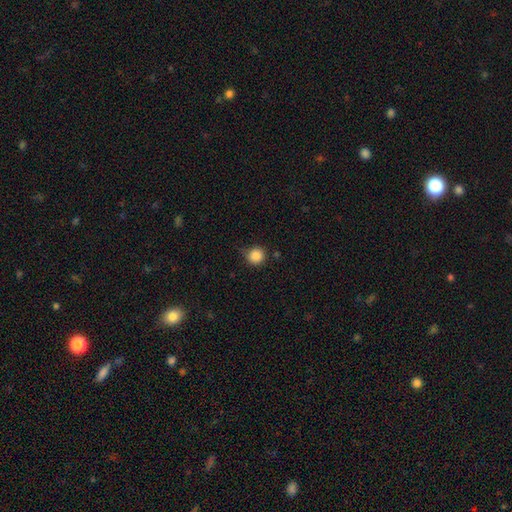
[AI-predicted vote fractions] smooth-or-featured: smooth: 87% | star or artifact: 10% | featured or disk: 3%
  how-rounded: round: 94% | in between: 5% | cigar-shaped: 1%
  merging: none: 77% | minor disturbance: 17% | major disturbance: 4% | merger: 2%